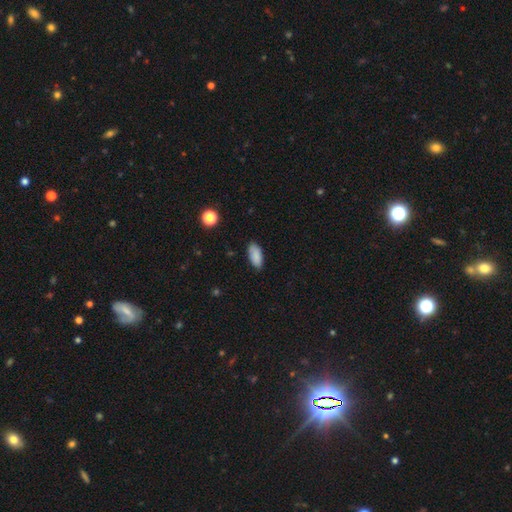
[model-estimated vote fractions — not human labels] A smooth galaxy with no disk features (88%) that is in between round and cigar-shaped (87%).

Vote fractions:
- Smooth or featured? smooth: 88% / star or artifact: 7% / featured or disk: 5%
- How rounded? in between: 87% / cigar-shaped: 10% / round: 2%
- Merging? none: 84% / minor disturbance: 13% / major disturbance: 2% / merger: 1%